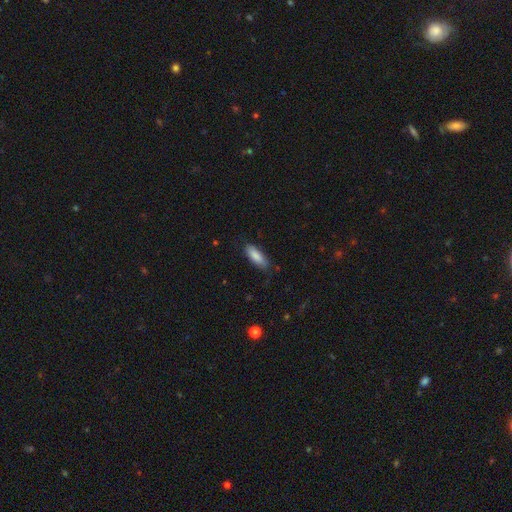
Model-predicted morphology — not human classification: A smooth galaxy with no disk features (86%) that is in between round and cigar-shaped (64%).

Vote fractions:
- Smooth or featured? smooth: 86% / featured or disk: 8% / star or artifact: 6%
- How rounded? in between: 64% / cigar-shaped: 34% / round: 2%
- Merging? none: 79% / minor disturbance: 17% / major disturbance: 3% / merger: 1%